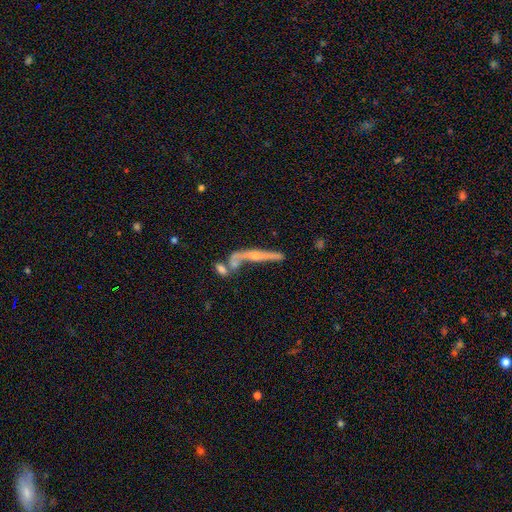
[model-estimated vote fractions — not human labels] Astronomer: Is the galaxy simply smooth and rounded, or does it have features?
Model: featured or disk — 62%.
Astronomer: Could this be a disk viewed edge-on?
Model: yes — 79%.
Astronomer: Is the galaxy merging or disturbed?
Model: merger — 36%, tied with none at 36%.